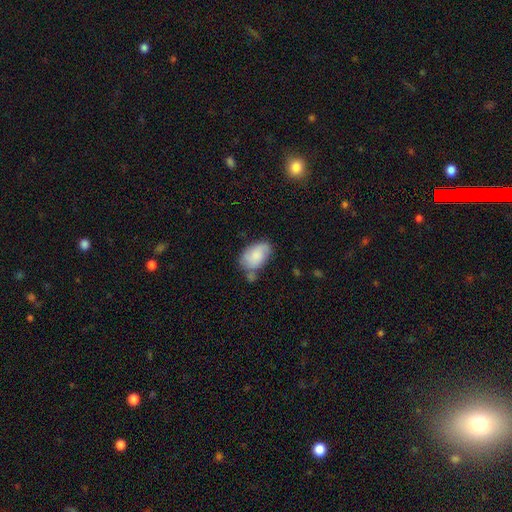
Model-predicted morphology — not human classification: This appears to be a smooth galaxy with no disk features (71%) that is in between round and cigar-shaped (91%). Merging: none (48%).